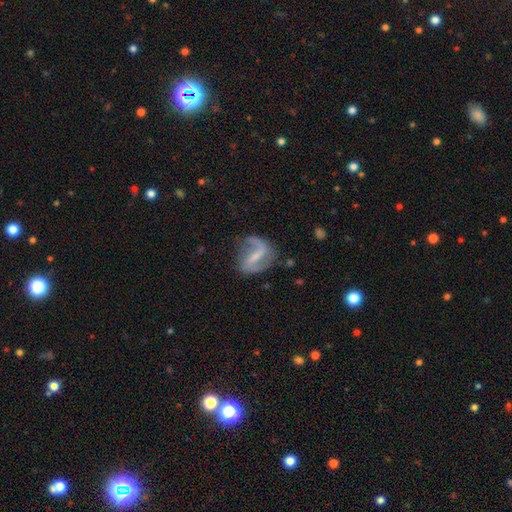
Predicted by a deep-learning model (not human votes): A featured or disk galaxy (83%) with a strong bar (52%), 2 (82%) loose (56%) spiral arms (92%) and a small central bulge (49%).

Vote fractions:
- Smooth or featured? featured or disk: 83% / smooth: 11% / star or artifact: 6%
- Edge-on disk? no: 97% / yes: 3%
- Bar? strong: 52% / weak: 37% / no: 12%
- Spiral arms? yes: 92% / no: 8%
- Spiral winding? loose: 56% / medium: 34% / tight: 10%
- Spiral arm count? 2: 82% / 1: 11% / can't tell: 4% / 3: 1% / 4: 1% / more than 4: 1%
- Bulge size? small: 49% / none: 28% / moderate: 19% / large: 2% / dominant: 1%
- Merging? none: 62% / minor disturbance: 21% / major disturbance: 14% / merger: 3%